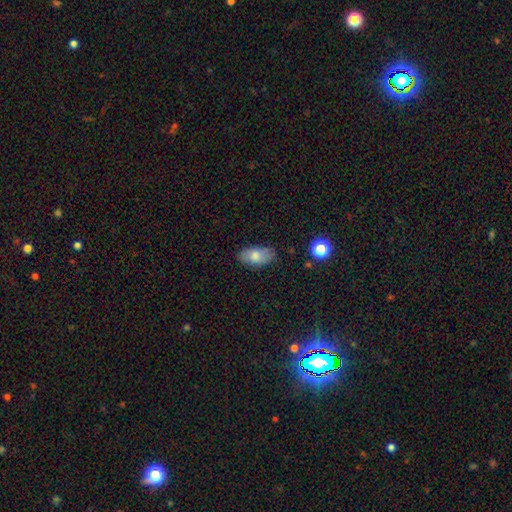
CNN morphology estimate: smooth 78%, featured or disk 14%, star or artifact 8%. Down the decision tree: how rounded — in between (92%); merging — none (77%).